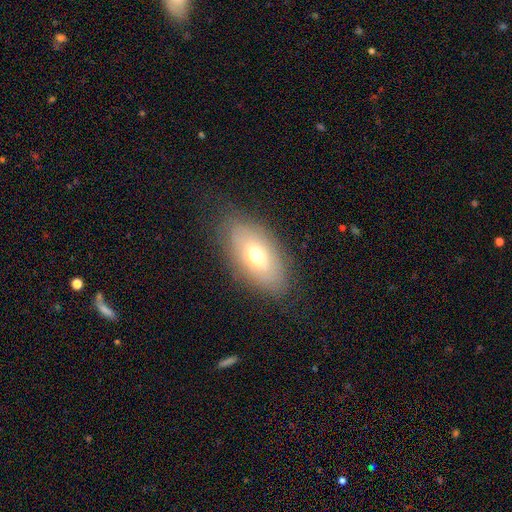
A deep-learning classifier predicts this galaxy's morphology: This appears to be a smooth galaxy with no disk features (60%) that is in between round and cigar-shaped (90%). Merging: none (79%).